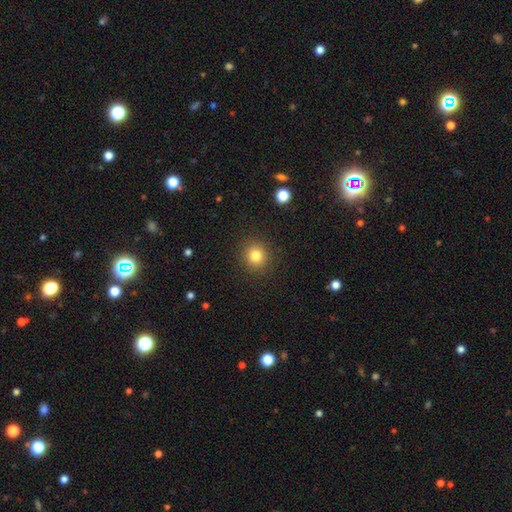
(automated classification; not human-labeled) The model was most divided on "smooth or featured": smooth: 81%, star or artifact: 12%, featured or disk: 7%. More confident: merging — none (90%); how rounded — round (88%).